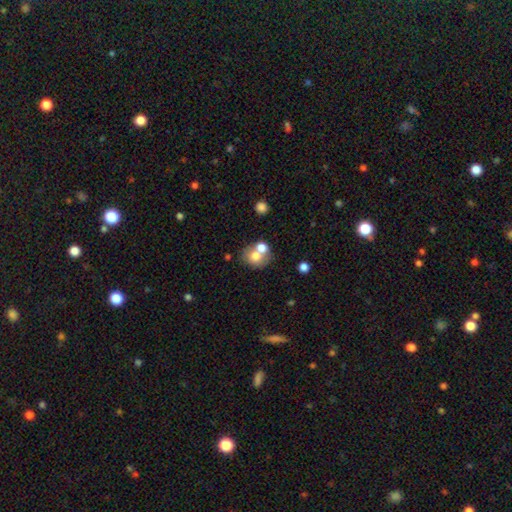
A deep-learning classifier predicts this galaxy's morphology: Smooth or featured: smooth — 70% (featured or disk — 19%)
How rounded: round — 64% (in between — 35%)
Merging: none — 46% (merger — 40%)